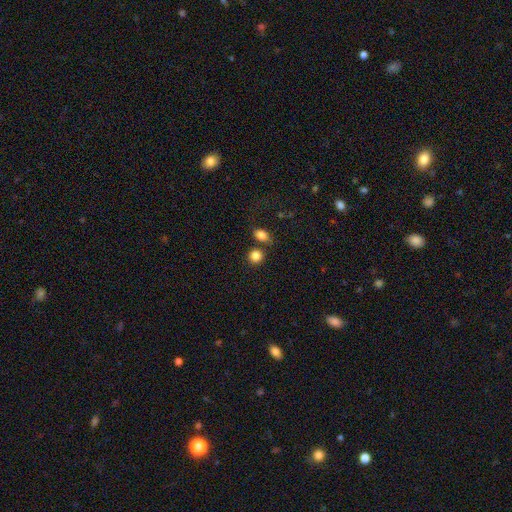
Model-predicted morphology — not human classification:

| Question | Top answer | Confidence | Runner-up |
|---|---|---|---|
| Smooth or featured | smooth | 85% | star or artifact (10%) |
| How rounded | round | 83% | in between (16%) |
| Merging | none | 69% | merger (19%) |